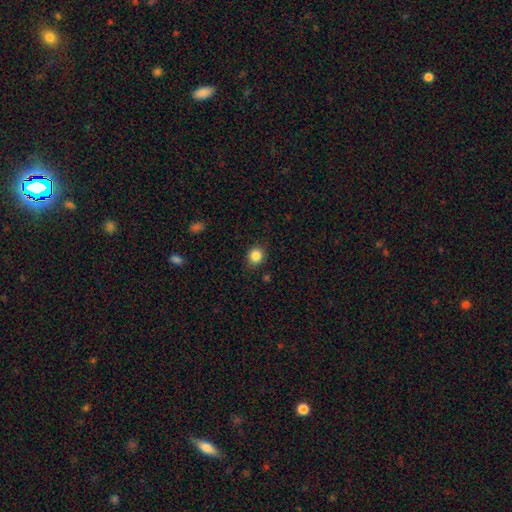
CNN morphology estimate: Q: Smooth or featured?
A: smooth (85%); runner-up: star or artifact (11%)
Q: How rounded?
A: round (83%); runner-up: in between (16%)
Q: Merging?
A: none (86%); runner-up: minor disturbance (10%)